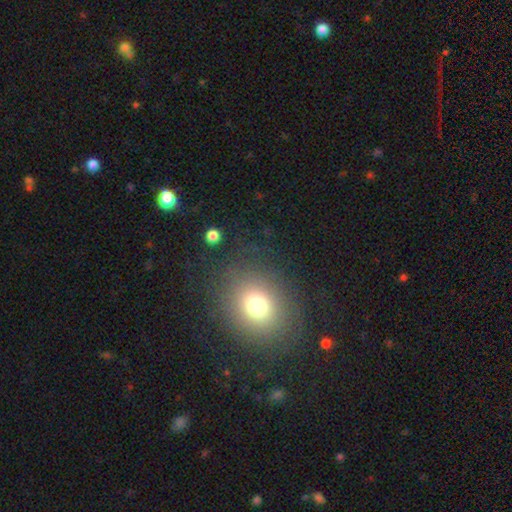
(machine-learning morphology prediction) Smooth or featured: smooth — 74% (star or artifact — 17%)
How rounded: round — 55% (in between — 44%)
Merging: none — 88% (minor disturbance — 8%)